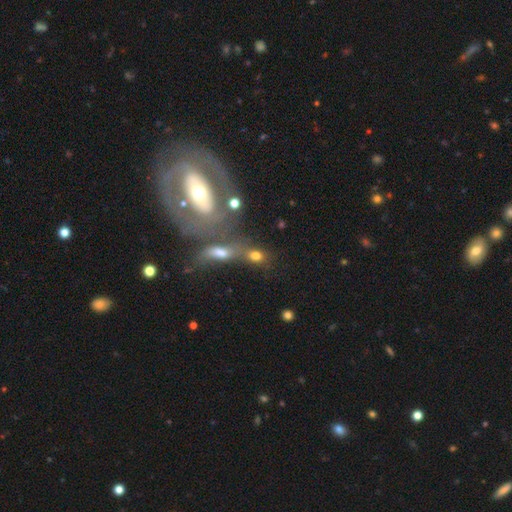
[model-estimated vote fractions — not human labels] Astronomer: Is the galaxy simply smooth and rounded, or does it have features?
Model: smooth — 72%.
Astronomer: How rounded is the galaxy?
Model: in between — 52% (runner-up: round, 41%).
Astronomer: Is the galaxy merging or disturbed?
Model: none — 46% (runner-up: merger, 32%).